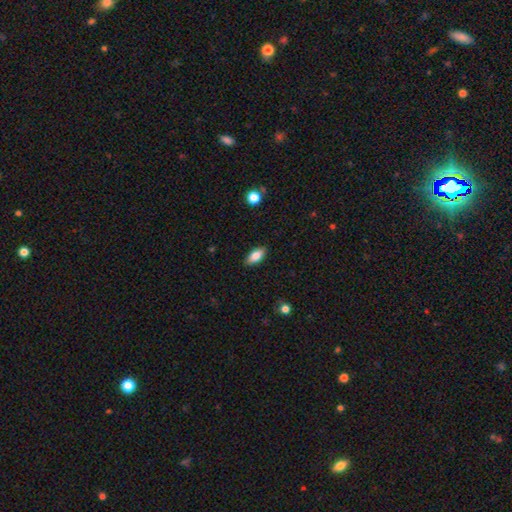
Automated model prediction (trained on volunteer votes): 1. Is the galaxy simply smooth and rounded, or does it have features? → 81% smooth, 12% featured or disk, 7% star or artifact.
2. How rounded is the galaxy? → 87% in between, 10% cigar-shaped, 3% round.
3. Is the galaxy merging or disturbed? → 88% none, 9% minor disturbance, 2% major disturbance, 1% merger.